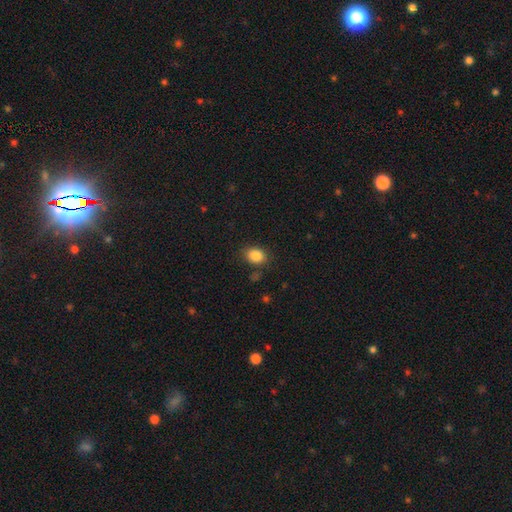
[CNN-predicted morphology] Overall: smooth (86%). How rounded: in between (65%; round 34%). Merging: none (80%).